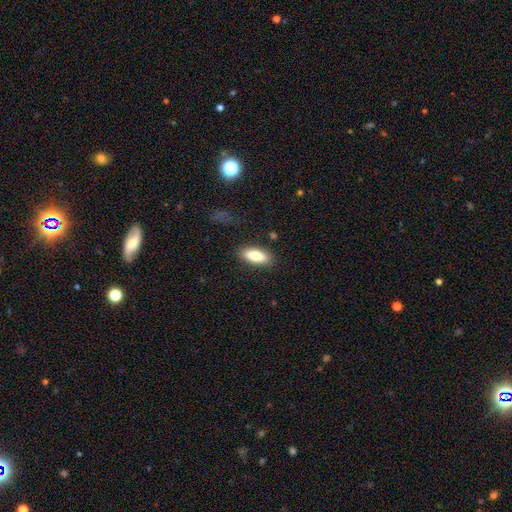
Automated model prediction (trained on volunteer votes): Smooth or featured? smooth (79%)
How rounded? in between (77%)
Merging? none (86%)